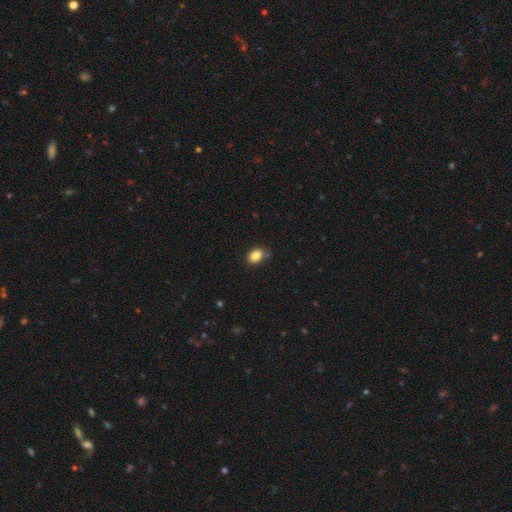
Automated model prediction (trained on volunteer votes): The model was most divided on "how rounded": in between: 73%, round: 25%, cigar-shaped: 1%. More confident: smooth or featured — smooth (86%); merging — none (79%).